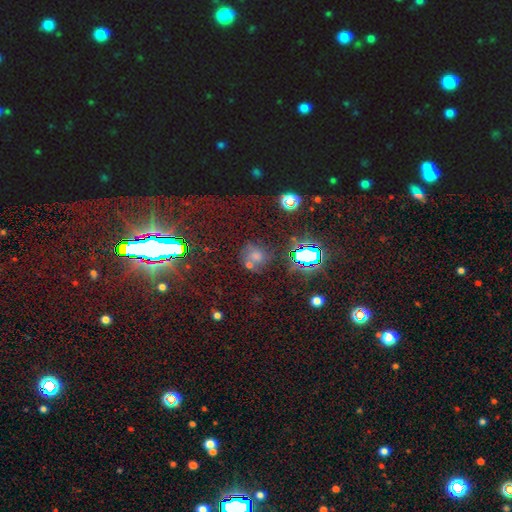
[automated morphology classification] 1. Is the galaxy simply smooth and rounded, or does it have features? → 47% smooth, 37% star or artifact, 16% featured or disk.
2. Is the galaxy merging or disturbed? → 52% none, 21% merger, 16% minor disturbance, 11% major disturbance.